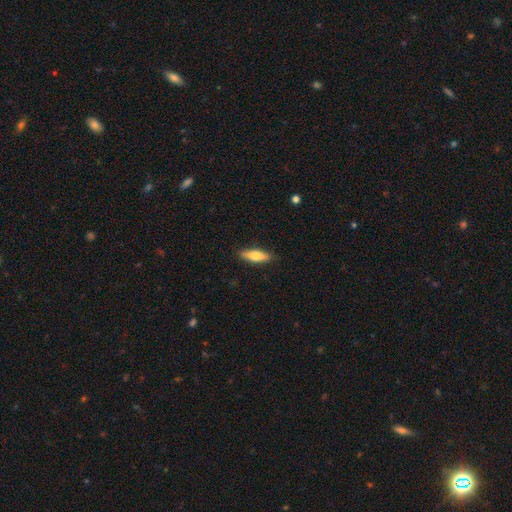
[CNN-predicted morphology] A smooth galaxy with no disk features (70%) that is cigar-shaped (54%).

Vote fractions:
- Smooth or featured? smooth: 70% / featured or disk: 24% / star or artifact: 6%
- How rounded? cigar-shaped: 54% / in between: 44% / round: 2%
- Merging? none: 88% / minor disturbance: 9% / major disturbance: 2% / merger: 1%